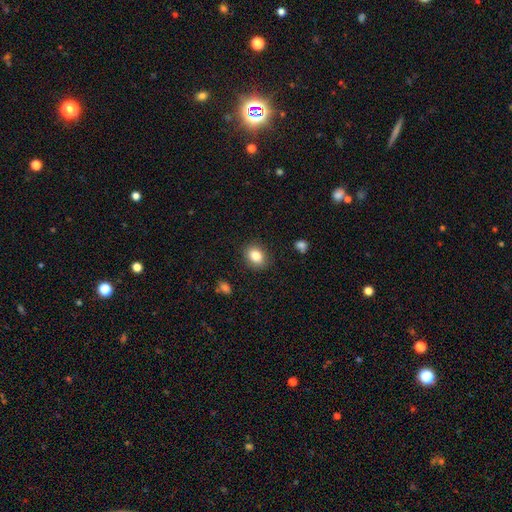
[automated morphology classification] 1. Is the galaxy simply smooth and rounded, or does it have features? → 85% smooth, 9% star or artifact, 6% featured or disk.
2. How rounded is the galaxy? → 58% in between, 41% round, 1% cigar-shaped.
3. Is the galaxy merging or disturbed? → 87% none, 9% minor disturbance, 3% major disturbance, 1% merger.